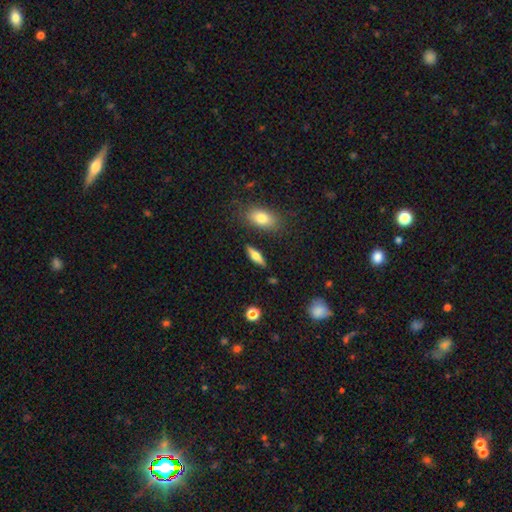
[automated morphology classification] smooth-or-featured: smooth: 56% | featured or disk: 37% | star or artifact: 7%
  how-rounded: cigar-shaped: 50% | in between: 46% | round: 5%
  merging: none: 84% | minor disturbance: 10% | merger: 3% | major disturbance: 3%